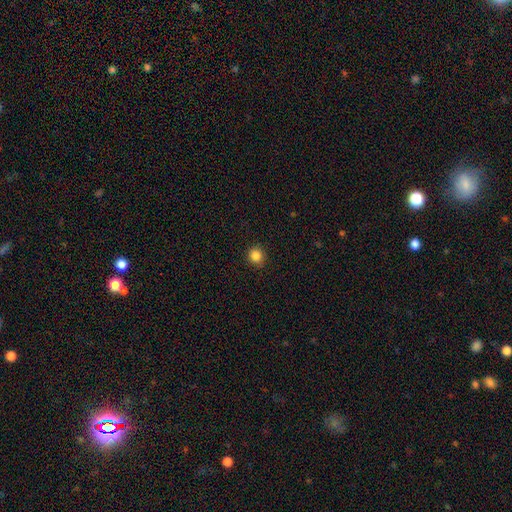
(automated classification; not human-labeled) smooth-or-featured: smooth: 85% | star or artifact: 11% | featured or disk: 4%
  how-rounded: round: 89% | in between: 10% | cigar-shaped: 1%
  merging: none: 92% | minor disturbance: 6% | major disturbance: 2% | merger: 1%